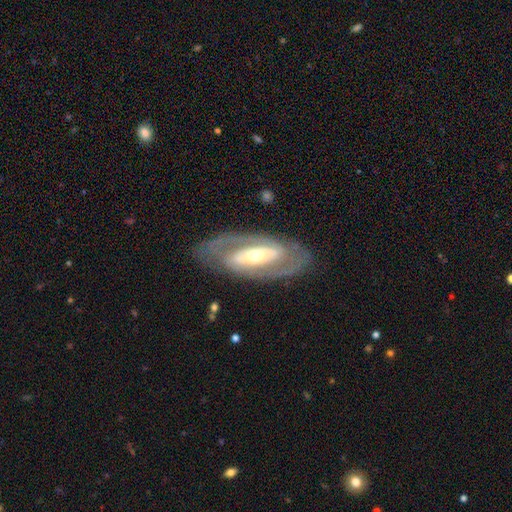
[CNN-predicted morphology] Smooth or featured? Predicted: featured or disk (p=0.83). Edge-on disk? Predicted: no (p=0.91). Bar? Predicted: strong (p=0.50). Spiral arms? Predicted: yes (p=0.80). Spiral winding? Predicted: tight (p=0.47). Spiral arm count? Predicted: 2 (p=0.82). Bulge size? Predicted: moderate (p=0.48). Merging? Predicted: none (p=0.83).